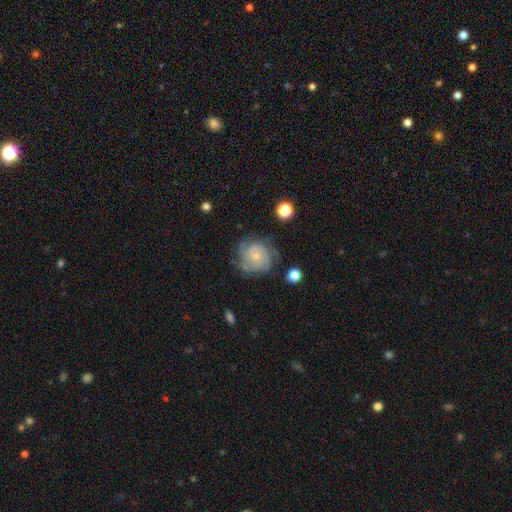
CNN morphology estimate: This appears to be a featured or disk galaxy (70%) with no bar (77%), tight (58%) spiral arms (91%) and a small central bulge (73%). Merging: none (67%).